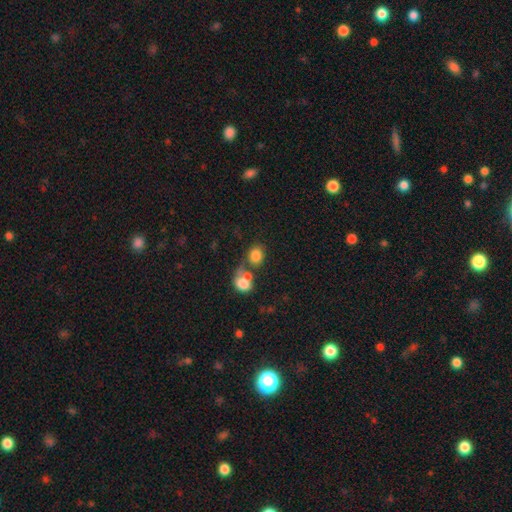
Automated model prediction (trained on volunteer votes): Smooth or featured? Predicted: smooth (p=0.79). How rounded? Predicted: round (p=0.55). Merging? Predicted: none (p=0.42).